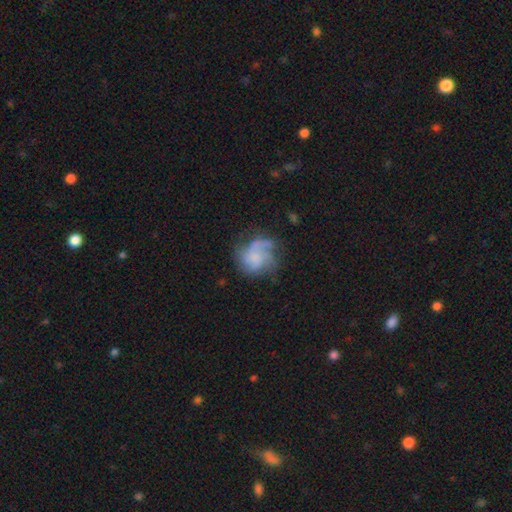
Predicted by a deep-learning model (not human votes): The model was most divided on "smooth or featured": featured or disk: 54%, smooth: 37%, star or artifact: 10%. Remaining: edge-on disk — no (98%); bar — no (79%); spiral arms — yes (71%); bulge size — none (50%); merging — none (47%).